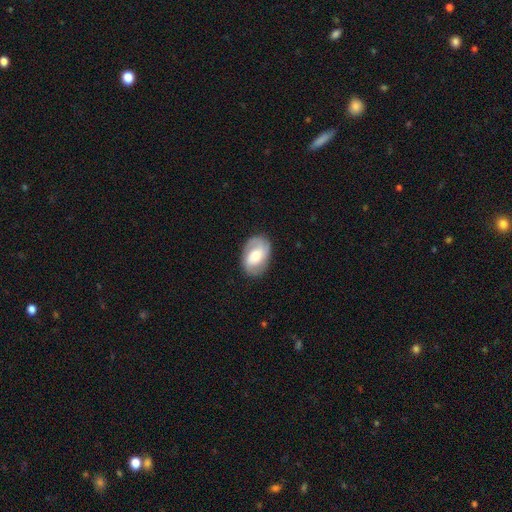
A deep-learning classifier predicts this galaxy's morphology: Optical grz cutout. It shows a featured or disk galaxy (59%) with no bar (47%), spiral arms (83%) and a moderate central bulge (60%). Merging: none (81%).